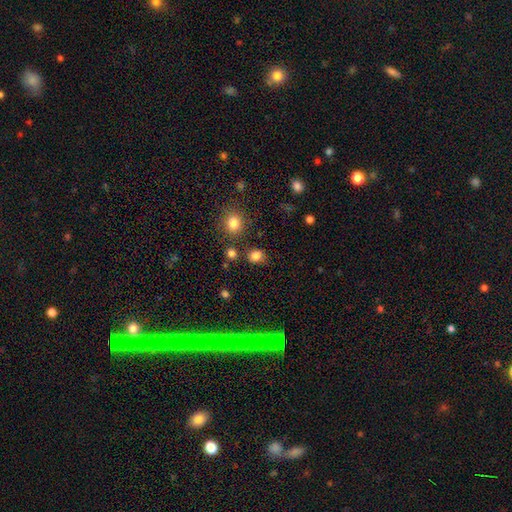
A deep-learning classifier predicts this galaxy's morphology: Smooth or featured? smooth (83%)
How rounded? round (73%)
Merging? none (80%)